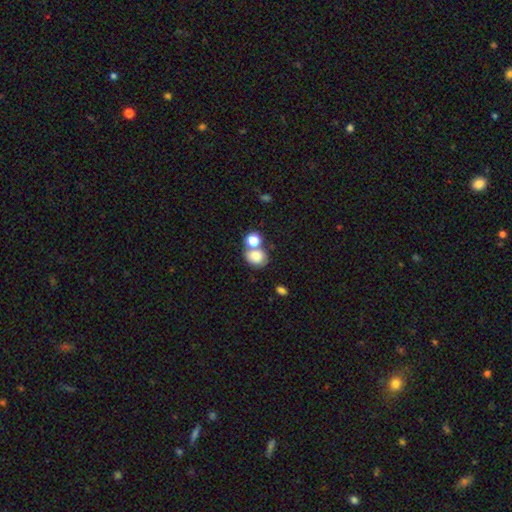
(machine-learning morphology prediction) Smooth or featured? Predicted: smooth (p=0.80). How rounded? Predicted: round (p=0.62). Merging? Predicted: none (p=0.44).